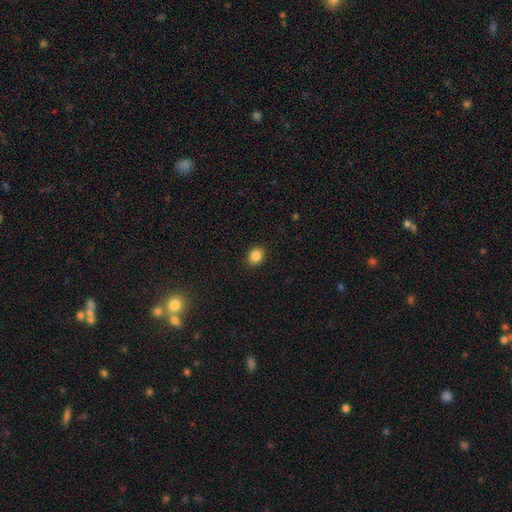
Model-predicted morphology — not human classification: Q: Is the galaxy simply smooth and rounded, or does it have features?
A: smooth — 86%.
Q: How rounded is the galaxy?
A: round — 53%.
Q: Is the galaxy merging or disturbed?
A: none — 90%.